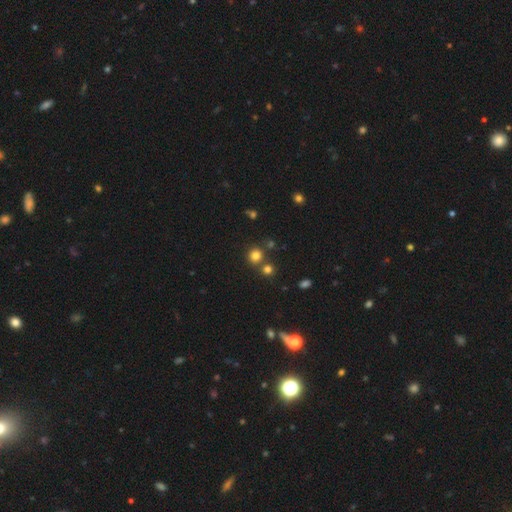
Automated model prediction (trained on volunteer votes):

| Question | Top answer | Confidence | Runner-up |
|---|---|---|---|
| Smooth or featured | smooth | 77% | star or artifact (17%) |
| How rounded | round | 90% | in between (9%) |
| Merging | none | 73% | merger (17%) |